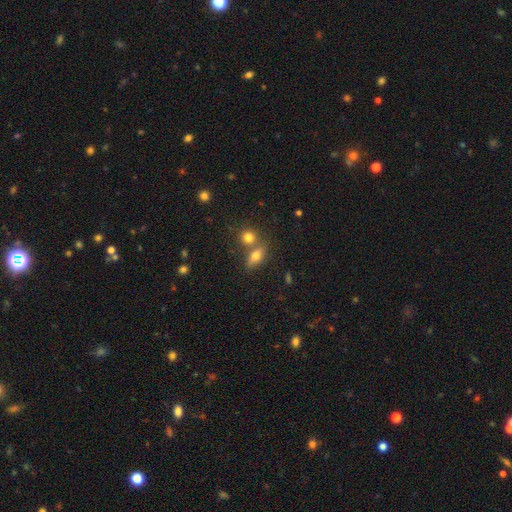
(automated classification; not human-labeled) A smooth galaxy with no disk features (67%) that is in between round and cigar-shaped (65%). Merging: none (53%).